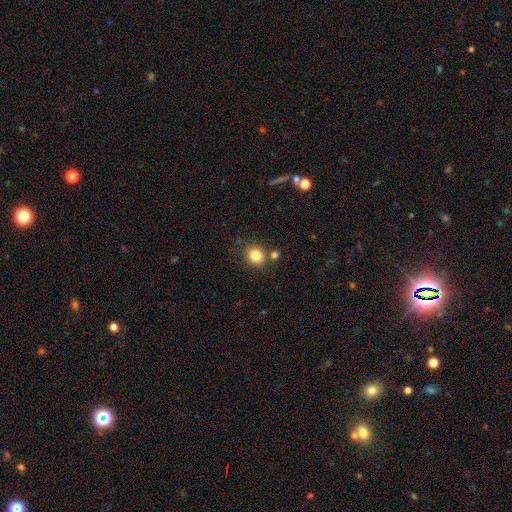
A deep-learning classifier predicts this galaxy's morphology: smooth 83%, star or artifact 11%, featured or disk 6%. Down the decision tree: how rounded — round (75%); merging — none (75%).